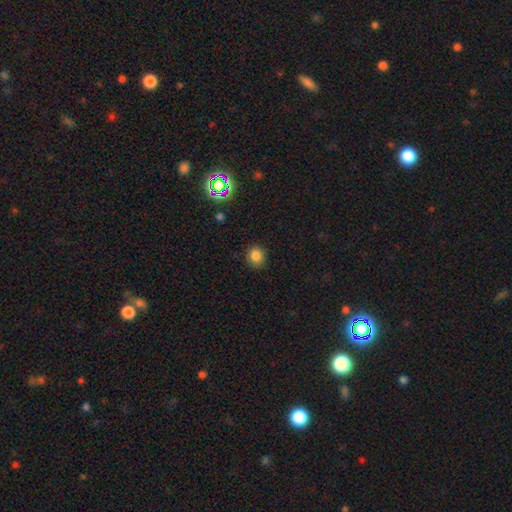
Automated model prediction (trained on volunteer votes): Smooth or featured? smooth (82%)
How rounded? round (78%)
Merging? none (88%)